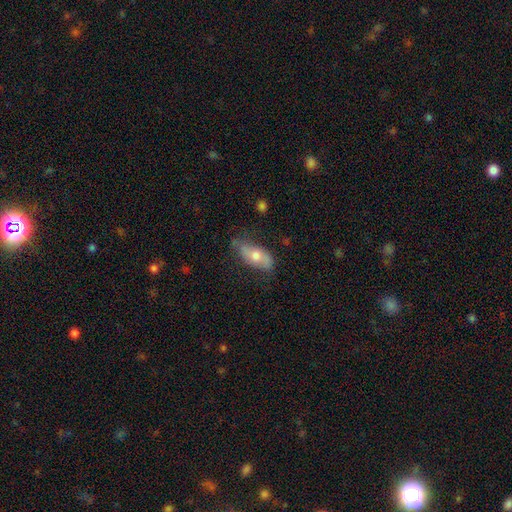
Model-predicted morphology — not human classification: smooth-or-featured: smooth: 56% | featured or disk: 38% | star or artifact: 7%
  how-rounded: in between: 83% | cigar-shaped: 13% | round: 4%
  merging: none: 66% | minor disturbance: 25% | major disturbance: 7% | merger: 2%